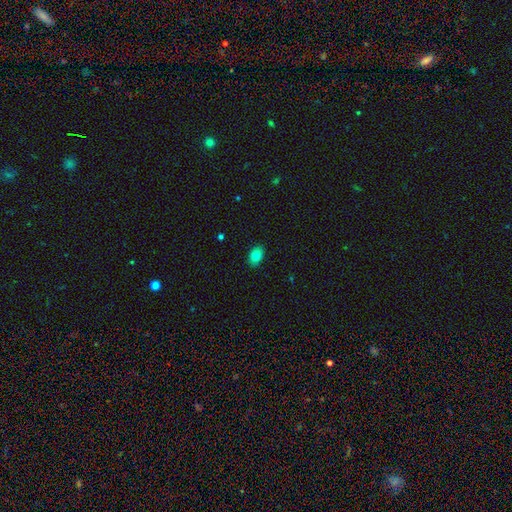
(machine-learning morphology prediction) This appears to be a smooth galaxy with no disk features (82%) that is in between round and cigar-shaped (84%). Merging: none (88%).